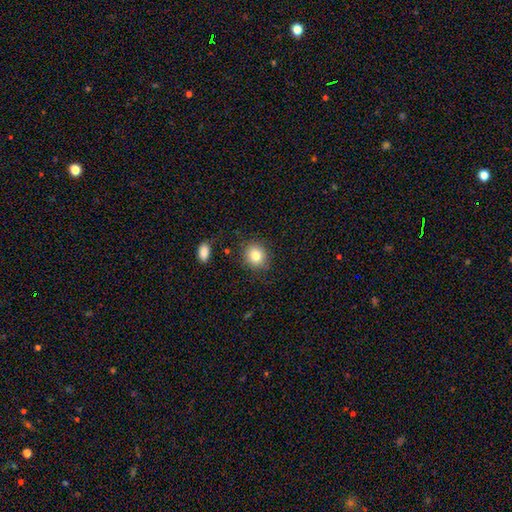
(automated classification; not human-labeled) Smooth or featured? smooth (82%)
How rounded? round (78%)
Merging? none (84%)